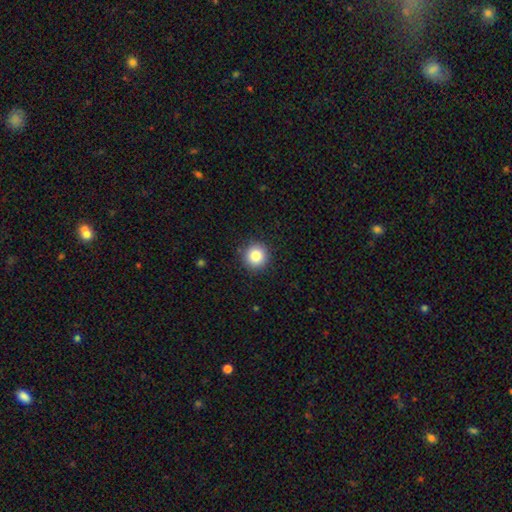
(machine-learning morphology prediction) A smooth galaxy with no disk features (85%) that is round (94%). Merging: none (90%).